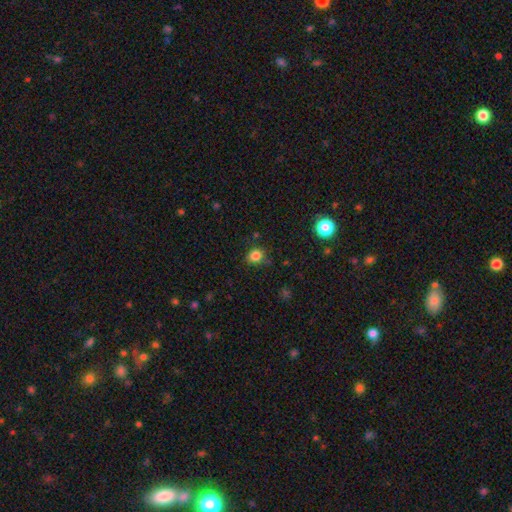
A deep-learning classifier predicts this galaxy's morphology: smooth_or_featured: smooth (p=0.83) [alt: star or artifact p=0.12]
how_rounded: round (p=0.66) [alt: in between p=0.33]
merging: none (p=0.77) [alt: minor disturbance p=0.17]